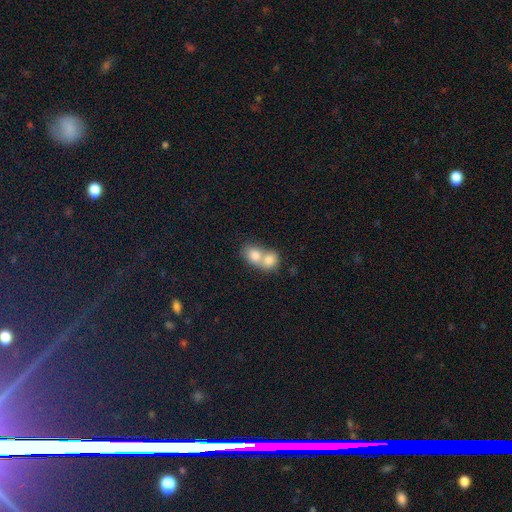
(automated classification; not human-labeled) This is likely a smooth galaxy (76%). How rounded: possibly round (55%). Merging: likely merger (78%).